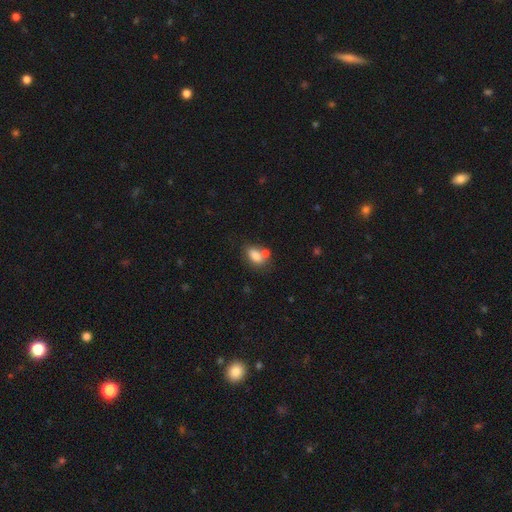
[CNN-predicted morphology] The model was most divided on "merging": none: 50%, merger: 29%, minor disturbance: 15%, major disturbance: 5%. More confident: how rounded — in between (85%); smooth or featured — smooth (81%).